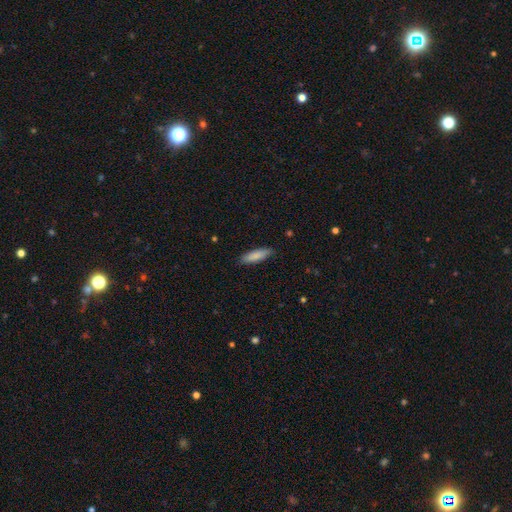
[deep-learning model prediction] Smooth or featured? smooth (85%)
How rounded? cigar-shaped (60%)
Merging? none (87%)